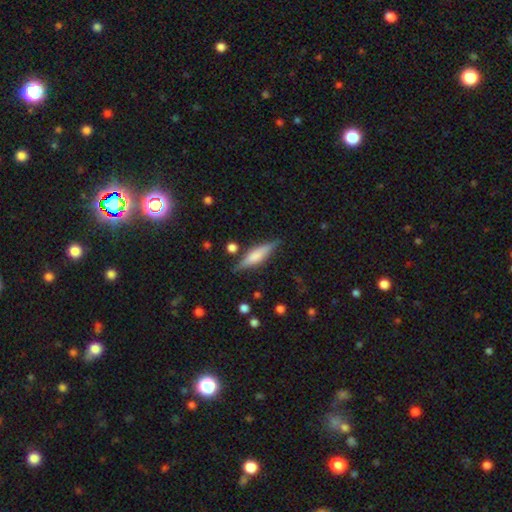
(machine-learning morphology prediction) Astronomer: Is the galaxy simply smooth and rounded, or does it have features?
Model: featured or disk — 50% (runner-up: smooth, 43%).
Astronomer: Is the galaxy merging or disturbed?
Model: none — 82%.